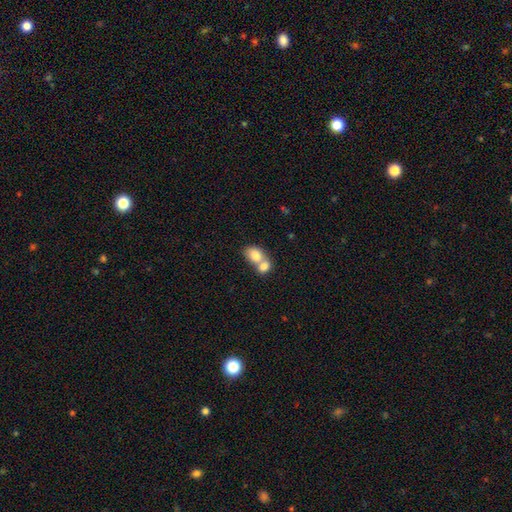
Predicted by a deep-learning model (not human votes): A smooth galaxy with no disk features (78%) that is in between round and cigar-shaped (68%). Merging: merger (72%).